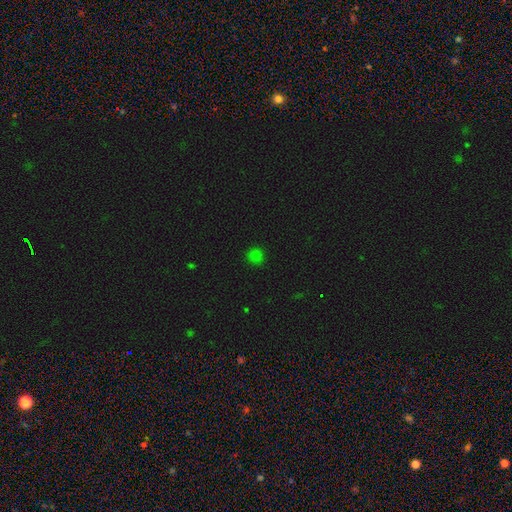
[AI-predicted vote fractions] A smooth galaxy with no disk features (75%) that is round (90%). Merging: none (88%).